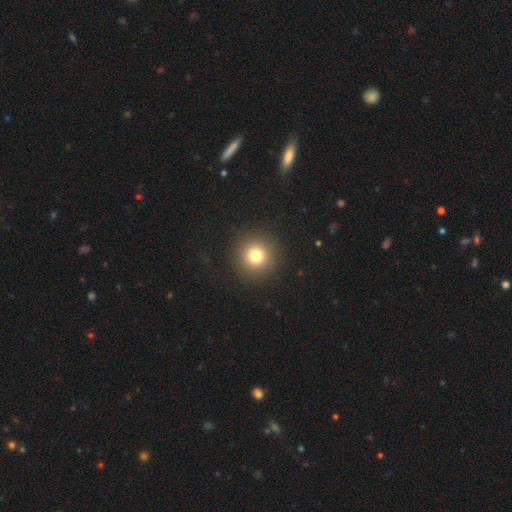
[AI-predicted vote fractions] Q: Smooth or featured?
A: smooth (78%); runner-up: star or artifact (14%)
Q: How rounded?
A: round (95%); runner-up: in between (4%)
Q: Merging?
A: none (91%); runner-up: minor disturbance (5%)